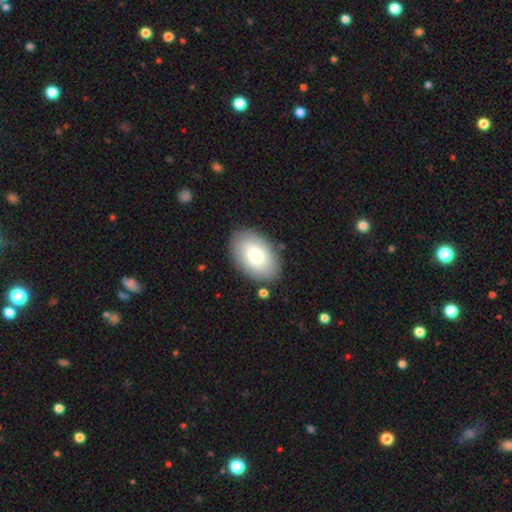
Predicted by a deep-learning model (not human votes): Smooth or featured?
  - smooth: 72% *
  - featured or disk: 21%
  - star or artifact: 6%
How rounded?
  - in between: 90% *
  - round: 9%
  - cigar-shaped: 1%
Merging?
  - none: 83% *
  - minor disturbance: 11%
  - major disturbance: 3%
  - merger: 2%